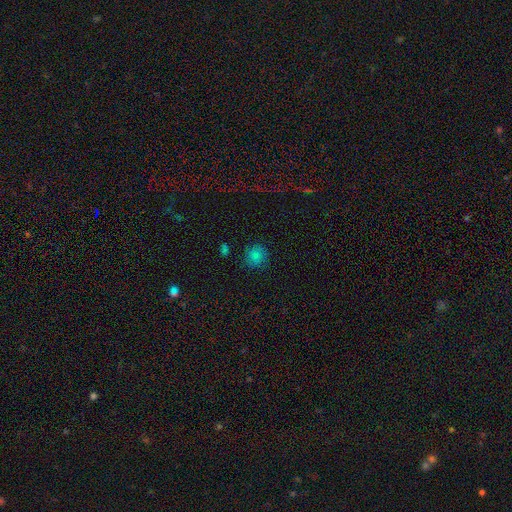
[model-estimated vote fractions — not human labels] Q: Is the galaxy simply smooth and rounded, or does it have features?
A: smooth — 80%.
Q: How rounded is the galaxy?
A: round — 86%.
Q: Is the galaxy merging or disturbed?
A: none — 80%.